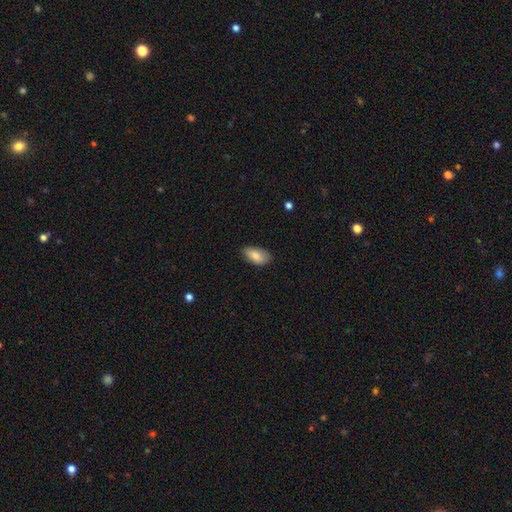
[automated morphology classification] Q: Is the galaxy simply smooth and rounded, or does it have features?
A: smooth — 82%.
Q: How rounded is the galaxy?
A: in between — 93%.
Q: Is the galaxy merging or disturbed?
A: none — 80%.